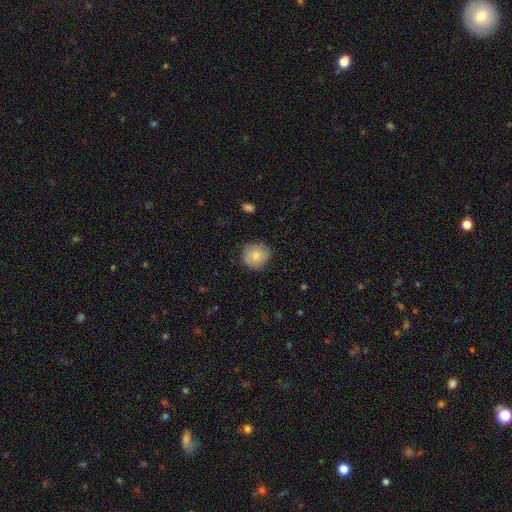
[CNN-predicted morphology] smooth 73%, featured or disk 20%, star or artifact 7%. Down the decision tree: how rounded — round (88%); merging — none (77%).